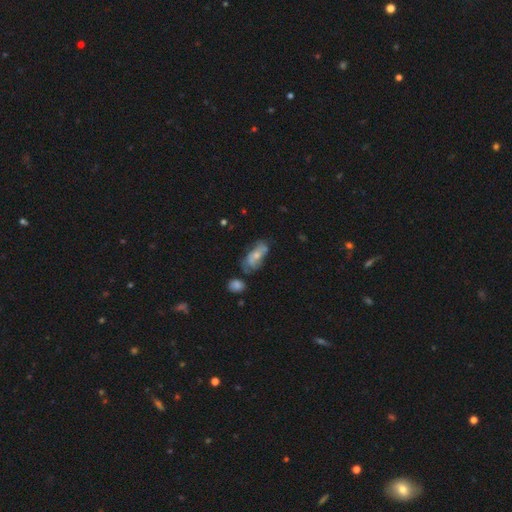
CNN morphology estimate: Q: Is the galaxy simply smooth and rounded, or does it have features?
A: featured or disk — 46%.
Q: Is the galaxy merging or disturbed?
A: none — 40%.